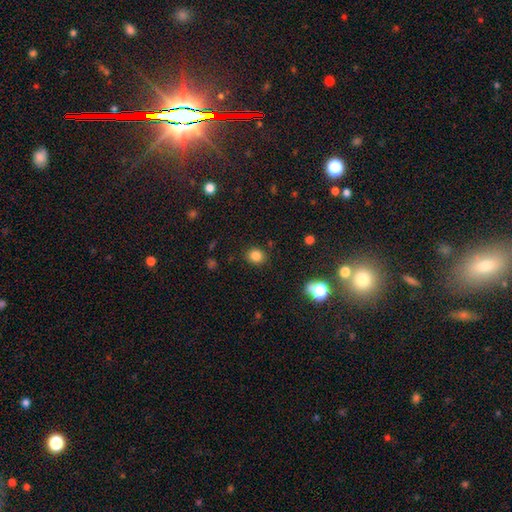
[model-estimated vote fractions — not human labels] This is clearly a smooth galaxy (83%). How rounded: likely round (76%). Merging: clearly none (88%).